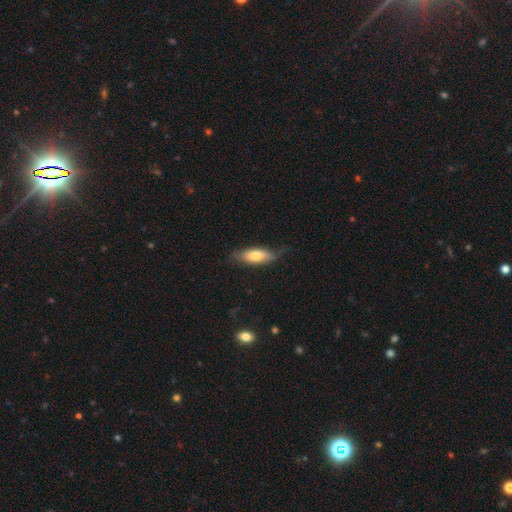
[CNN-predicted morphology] Q: Smooth or featured?
A: smooth (70%); runner-up: featured or disk (25%)
Q: How rounded?
A: in between (69%); runner-up: cigar-shaped (29%)
Q: Merging?
A: none (69%); runner-up: minor disturbance (24%)